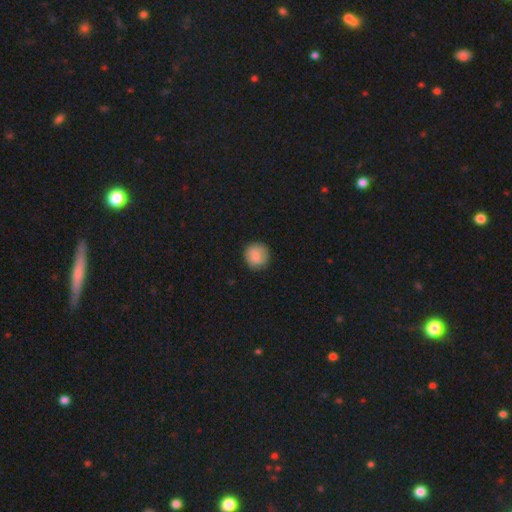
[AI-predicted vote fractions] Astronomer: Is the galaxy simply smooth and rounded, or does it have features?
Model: smooth — 75%.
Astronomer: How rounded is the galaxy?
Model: round — 91%.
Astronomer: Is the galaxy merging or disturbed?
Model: none — 83%.